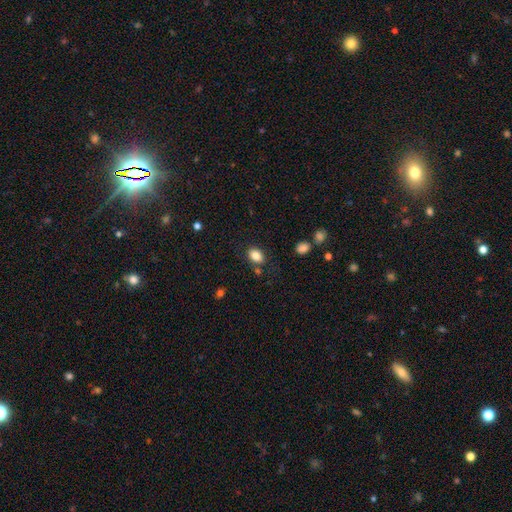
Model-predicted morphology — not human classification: Smooth or featured?
  - smooth: 85% *
  - star or artifact: 9%
  - featured or disk: 6%
How rounded?
  - in between: 79% *
  - round: 20%
  - cigar-shaped: 1%
Merging?
  - none: 78% *
  - minor disturbance: 13%
  - merger: 6%
  - major disturbance: 4%